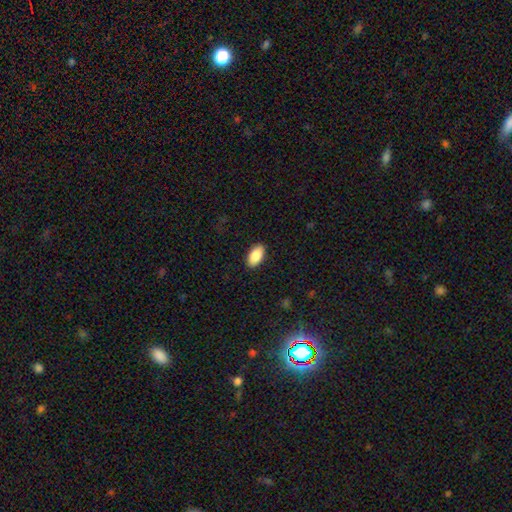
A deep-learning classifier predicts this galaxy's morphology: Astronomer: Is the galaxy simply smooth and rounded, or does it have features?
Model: smooth — 88%.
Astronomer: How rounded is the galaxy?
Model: in between — 94%.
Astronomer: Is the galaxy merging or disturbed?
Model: none — 89%.